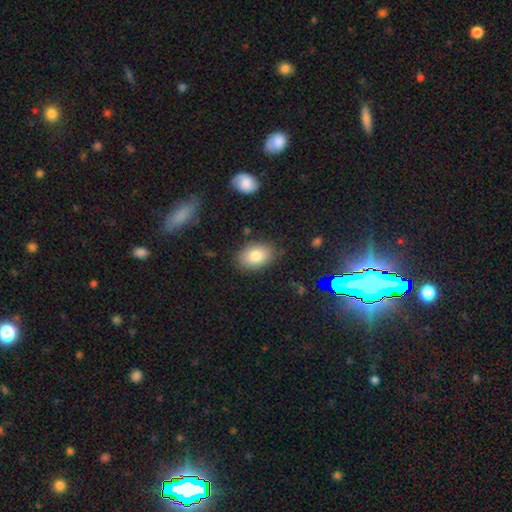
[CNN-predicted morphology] Smooth or featured?
  - smooth: 83% *
  - featured or disk: 9%
  - star or artifact: 8%
How rounded?
  - in between: 84% *
  - round: 14%
  - cigar-shaped: 1%
Merging?
  - none: 83% *
  - minor disturbance: 12%
  - major disturbance: 3%
  - merger: 2%